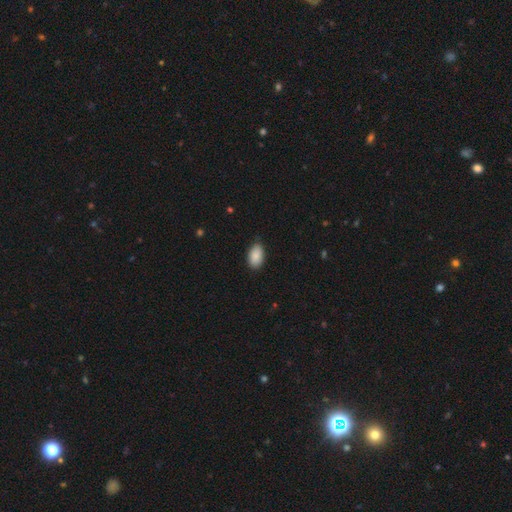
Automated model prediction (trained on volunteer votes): smooth_or_featured: smooth (p=0.88) [alt: star or artifact p=0.07]
how_rounded: in between (p=0.94) [alt: round p=0.05]
merging: none (p=0.80) [alt: minor disturbance p=0.16]